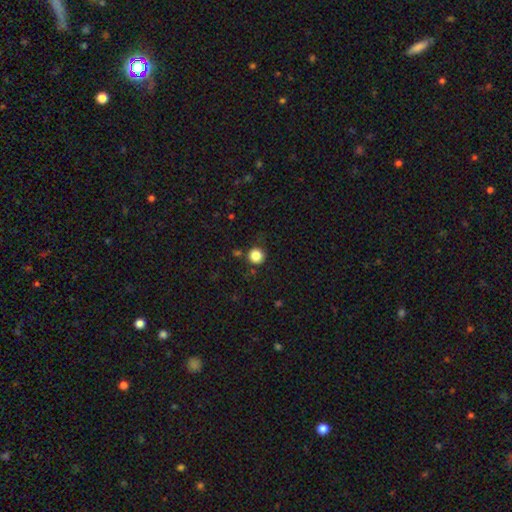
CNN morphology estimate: A smooth galaxy with no disk features (85%) that is round (94%).

Vote fractions:
- Smooth or featured? smooth: 85% / star or artifact: 11% / featured or disk: 4%
- How rounded? round: 94% / in between: 5% / cigar-shaped: 1%
- Merging? none: 86% / minor disturbance: 8% / merger: 3% / major disturbance: 3%